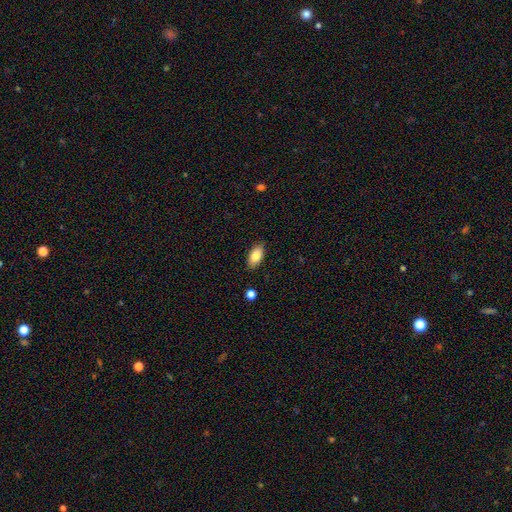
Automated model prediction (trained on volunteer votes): Smooth or featured? Predicted: smooth (p=0.84). How rounded? Predicted: in between (p=0.90). Merging? Predicted: none (p=0.87).